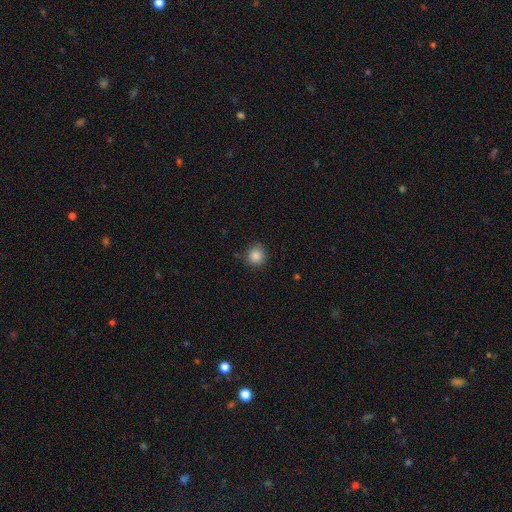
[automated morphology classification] Overall: smooth (86%). How rounded: round (91%). Merging: none (83%).